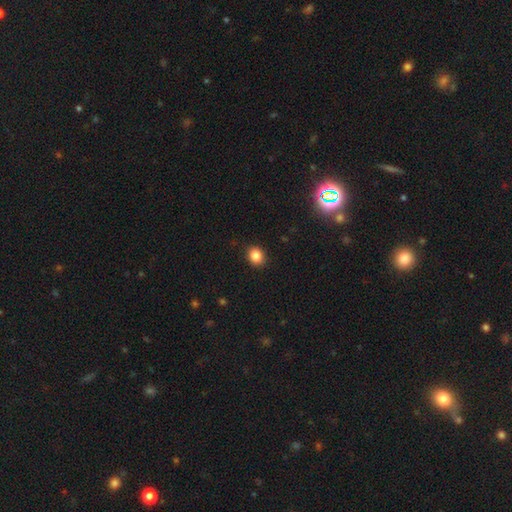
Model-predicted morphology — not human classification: Smooth or featured? Predicted: smooth (p=0.86). How rounded? Predicted: round (p=0.65). Merging? Predicted: none (p=0.90).